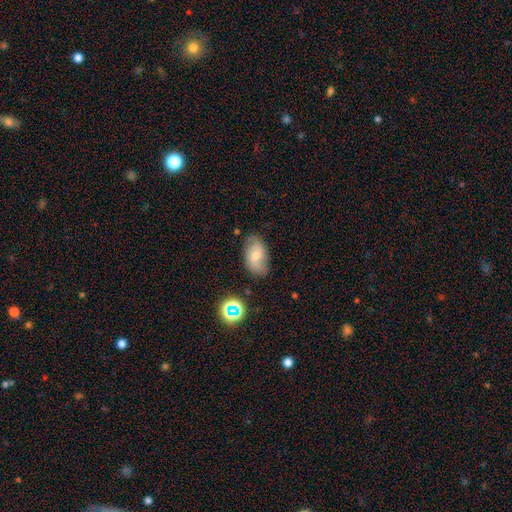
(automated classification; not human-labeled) A smooth galaxy with no disk features (52%) that is in between round and cigar-shaped (91%). Merging: none (71%).